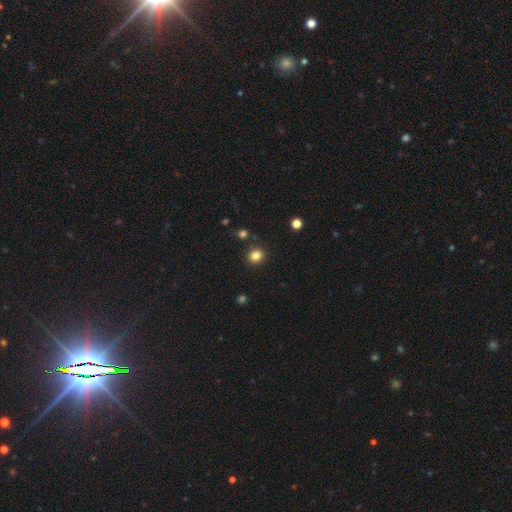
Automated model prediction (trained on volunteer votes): A smooth galaxy with no disk features (83%) that is round (76%).

Vote fractions:
- Smooth or featured? smooth: 83% / star or artifact: 13% / featured or disk: 5%
- How rounded? round: 76% / in between: 23% / cigar-shaped: 1%
- Merging? none: 87% / minor disturbance: 8% / merger: 3% / major disturbance: 2%